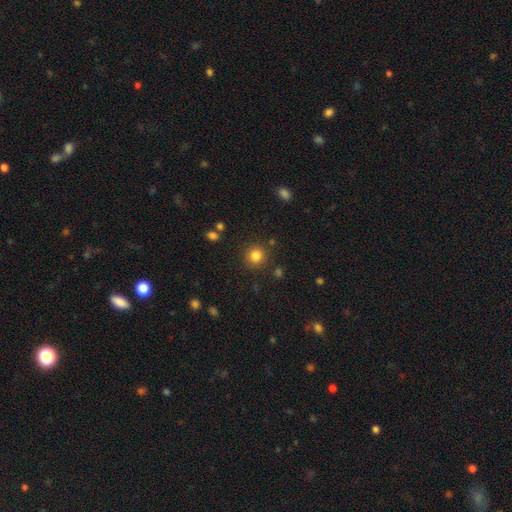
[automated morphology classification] This appears to be a smooth galaxy with no disk features (82%) that is round (92%). Merging: none (87%).